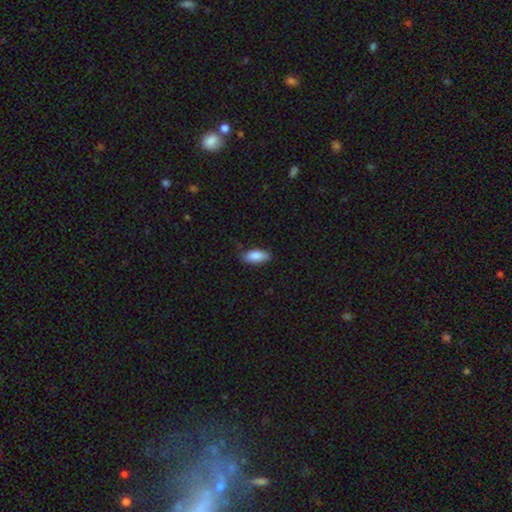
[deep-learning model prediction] smooth_or_featured: smooth (p=0.87) [alt: star or artifact p=0.06]
how_rounded: in between (p=0.85) [alt: cigar-shaped p=0.13]
merging: none (p=0.80) [alt: minor disturbance p=0.16]